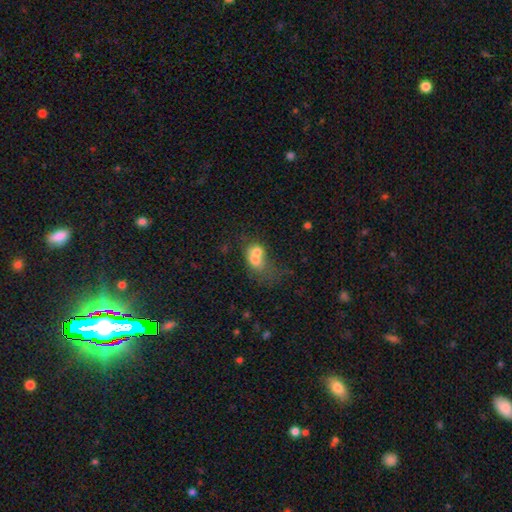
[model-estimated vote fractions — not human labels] Overall: smooth (64%; featured or disk 25%). How rounded: in between (58%; round 40%). Merging: merger (67%).